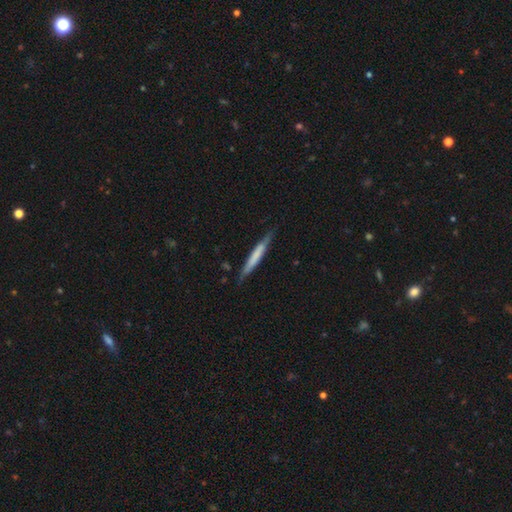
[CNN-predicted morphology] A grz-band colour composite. It shows a smooth galaxy with no disk features (56%) that is cigar-shaped (95%). Merging: none (80%).